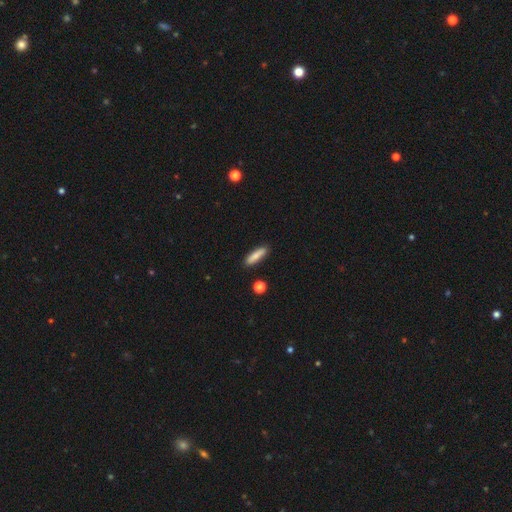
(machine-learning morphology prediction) A smooth galaxy with no disk features (80%) that is cigar-shaped (71%). Merging: none (89%).